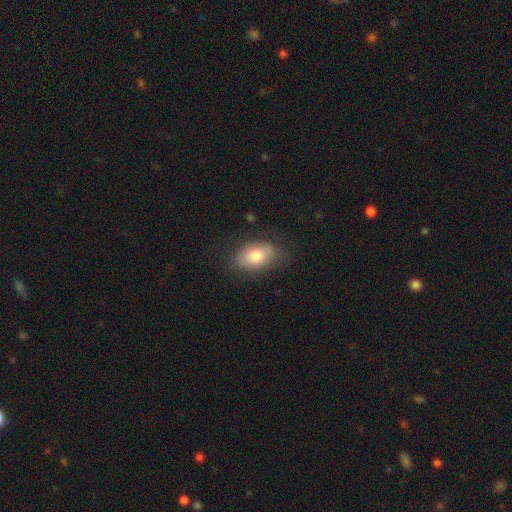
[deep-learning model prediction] smooth_or_featured: smooth (p=0.77) [alt: featured or disk p=0.16]
how_rounded: in between (p=0.90) [alt: round p=0.08]
merging: none (p=0.78) [alt: minor disturbance p=0.16]